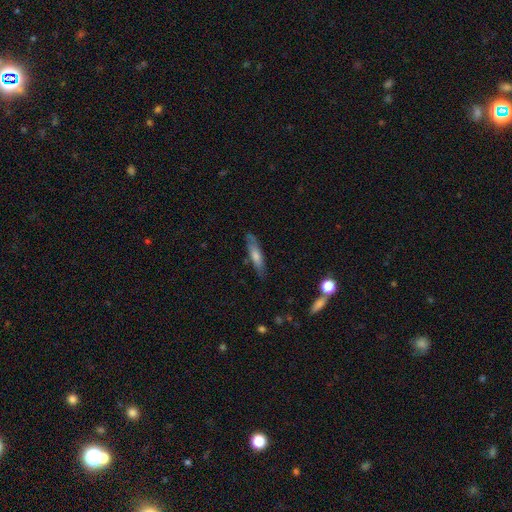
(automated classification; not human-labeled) The model was most divided on "smooth or featured": smooth: 52%, featured or disk: 41%, star or artifact: 8%. More confident: merging — none (78%); how rounded — cigar-shaped (76%).